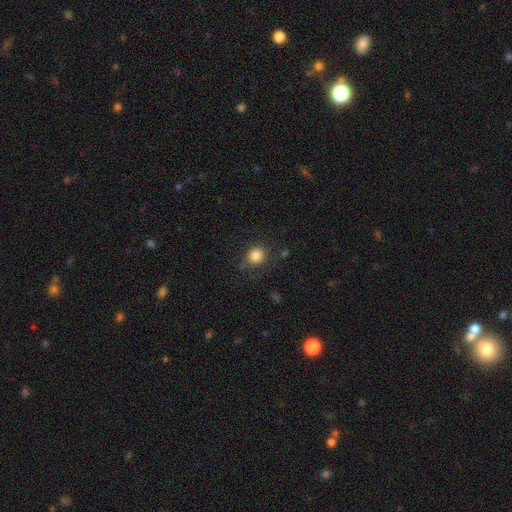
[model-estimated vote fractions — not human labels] A smooth galaxy with no disk features (83%) that is round (85%).

Vote fractions:
- Smooth or featured? smooth: 83% / star or artifact: 11% / featured or disk: 6%
- How rounded? round: 85% / in between: 14% / cigar-shaped: 1%
- Merging? none: 77% / minor disturbance: 15% / major disturbance: 6% / merger: 2%